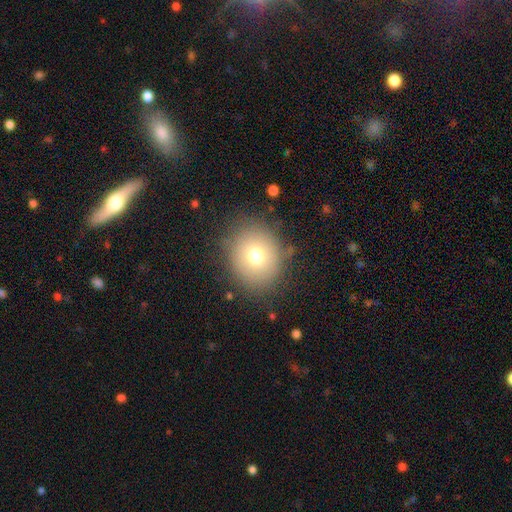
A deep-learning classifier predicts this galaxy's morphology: The model was most divided on "how rounded": round: 73%, in between: 26%, cigar-shaped: 1%. More confident: merging — none (81%); smooth or featured — smooth (71%).